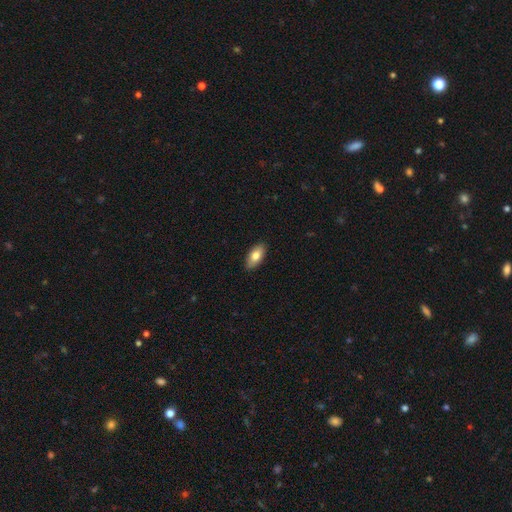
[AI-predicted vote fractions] A smooth galaxy with no disk features (79%) that is in between round and cigar-shaped (90%).

Vote fractions:
- Smooth or featured? smooth: 79% / featured or disk: 15% / star or artifact: 6%
- How rounded? in between: 90% / cigar-shaped: 6% / round: 3%
- Merging? none: 88% / minor disturbance: 10% / major disturbance: 2% / merger: 1%